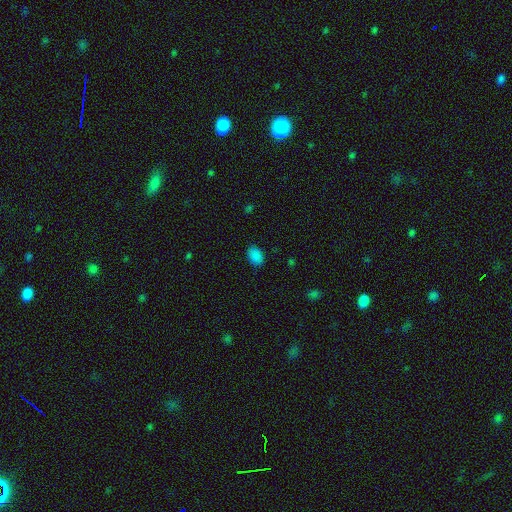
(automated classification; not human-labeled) This appears to be a smooth galaxy with no disk features (86%) that is in between round and cigar-shaped (83%). Merging: none (84%).